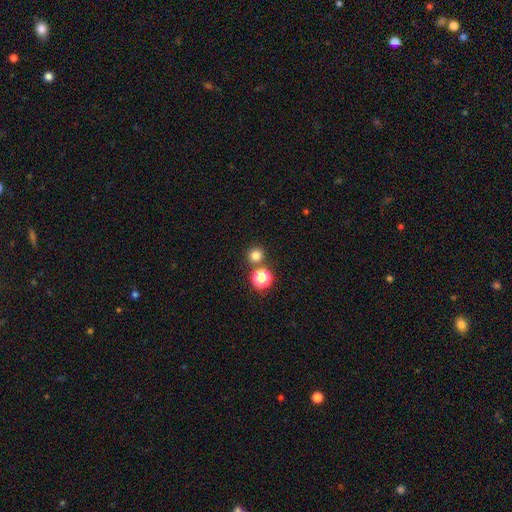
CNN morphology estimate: smooth 76%, star or artifact 18%, featured or disk 5%. Down the decision tree: how rounded — round (93%); merging — none (79%).